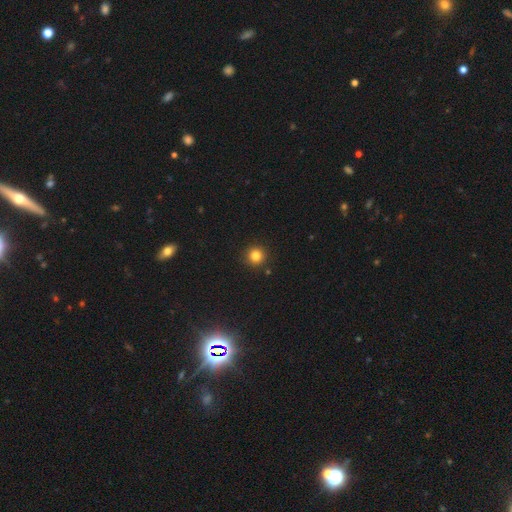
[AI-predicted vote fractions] Smooth or featured: smooth — 82% (star or artifact — 13%)
How rounded: round — 95% (in between — 4%)
Merging: none — 90% (minor disturbance — 6%)